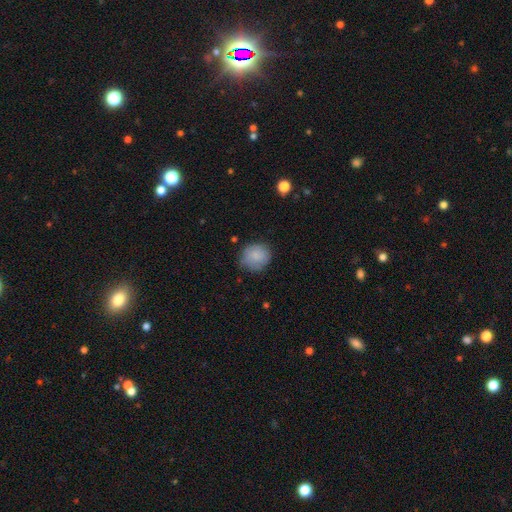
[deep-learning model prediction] A smooth galaxy with no disk features (82%) that is round (84%). Merging: none (71%).